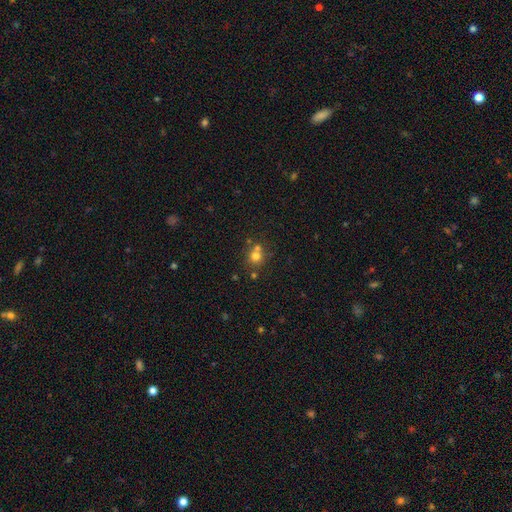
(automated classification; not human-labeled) Overall: smooth (71%). How rounded: round (86%). Merging: none (56%; merger 33%).